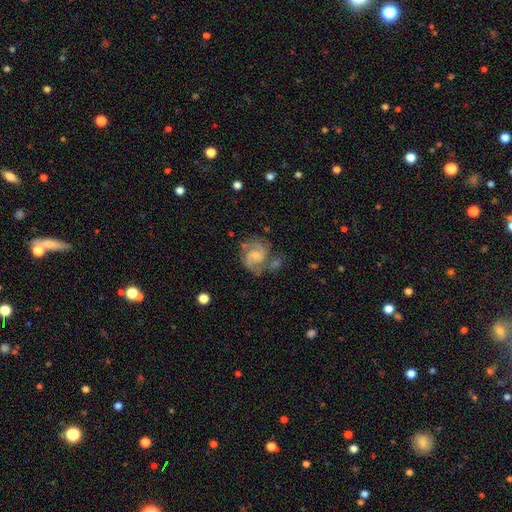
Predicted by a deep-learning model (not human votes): A featured or disk galaxy (82%) with no bar (50%), 2 (74%) medium (53%) spiral arms (95%) and a small central bulge (50%). Merging: none (55%).